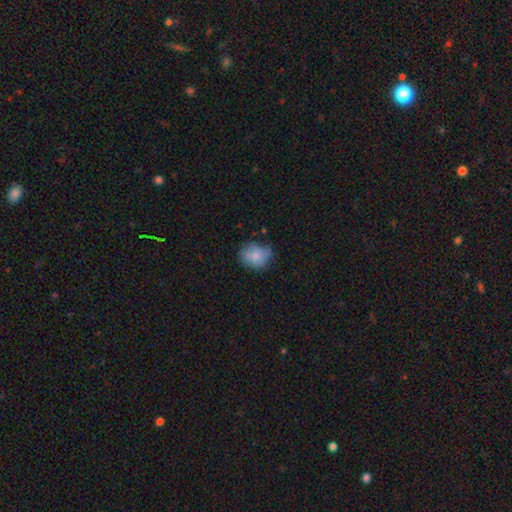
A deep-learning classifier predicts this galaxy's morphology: smooth_or_featured: smooth (p=0.69) [alt: featured or disk p=0.22]
how_rounded: round (p=0.60) [alt: in between p=0.39]
merging: none (p=0.52) [alt: minor disturbance p=0.32]